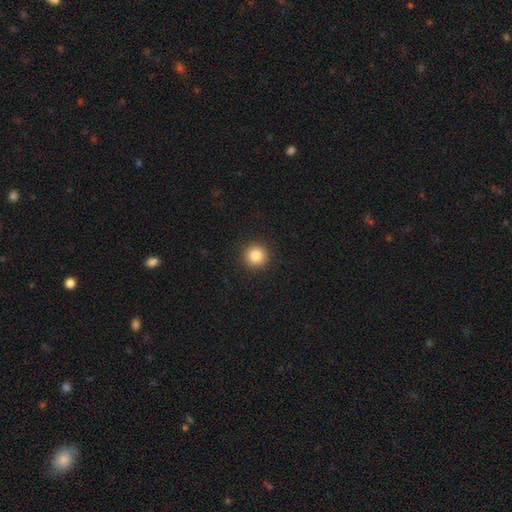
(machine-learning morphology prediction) Smooth or featured: smooth — 85% (star or artifact — 10%)
How rounded: round — 95% (in between — 4%)
Merging: none — 93% (minor disturbance — 5%)